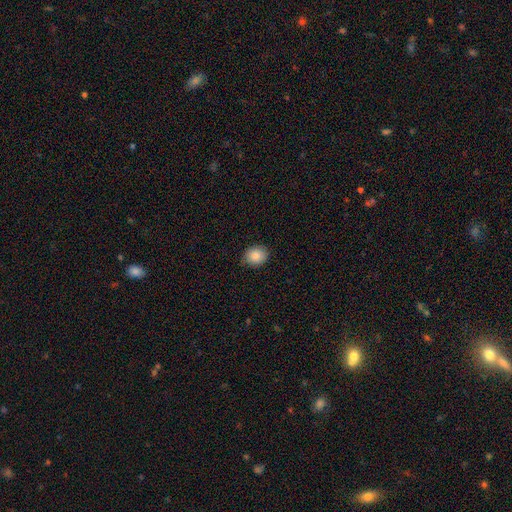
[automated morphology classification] Smooth or featured?
  - smooth: 85% *
  - star or artifact: 8%
  - featured or disk: 7%
How rounded?
  - round: 63% *
  - in between: 37%
  - cigar-shaped: 1%
Merging?
  - none: 83% *
  - minor disturbance: 14%
  - major disturbance: 2%
  - merger: 1%